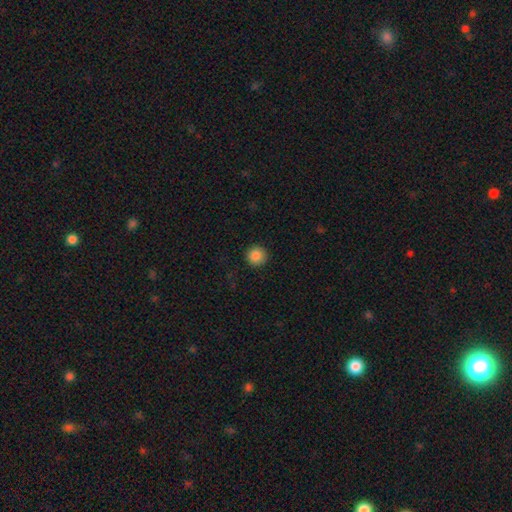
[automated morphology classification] smooth 87%, star or artifact 9%, featured or disk 4%. Down the decision tree: how rounded — round (95%); merging — none (93%).